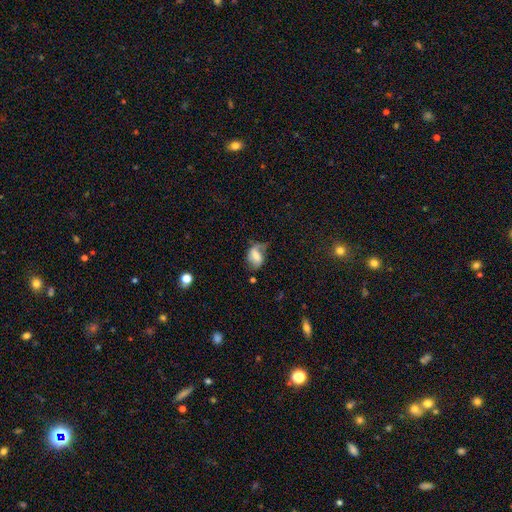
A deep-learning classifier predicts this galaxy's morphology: Overall: smooth (51%; featured or disk 40%). How rounded: in between (77%). Merging: none (36%; minor disturbance 33%).